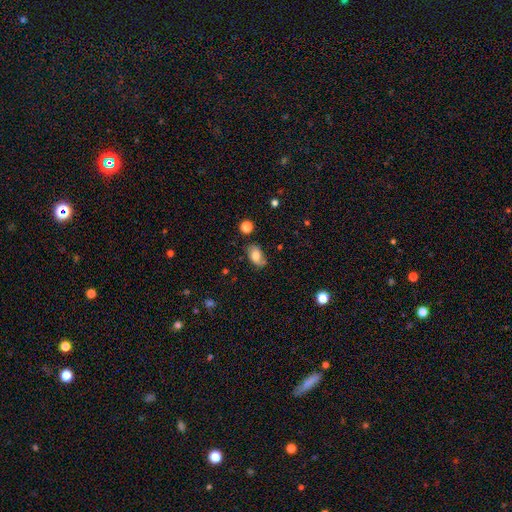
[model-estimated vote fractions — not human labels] Smooth or featured? smooth (60%)
How rounded? in between (90%)
Merging? none (68%)